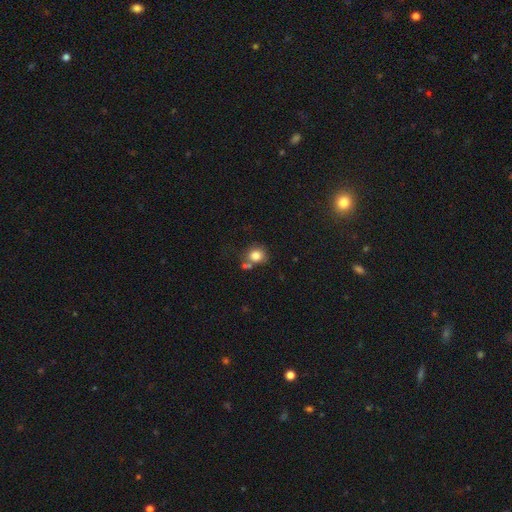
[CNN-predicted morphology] Smooth or featured: smooth — 82% (star or artifact — 10%)
How rounded: round — 75% (in between — 24%)
Merging: none — 56% (merger — 22%)